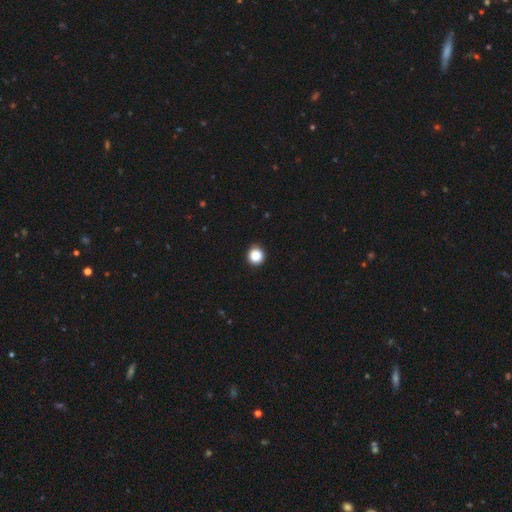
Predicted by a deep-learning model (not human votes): The model was most divided on "smooth or featured": smooth: 87%, star or artifact: 10%, featured or disk: 3%. More confident: how rounded — round (94%); merging — none (91%).